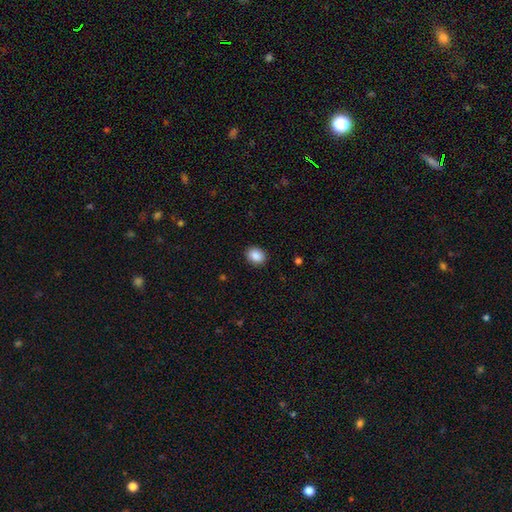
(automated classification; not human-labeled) Morphology: type=smooth (89%); roundness=in between (51%); merging=none (90%).